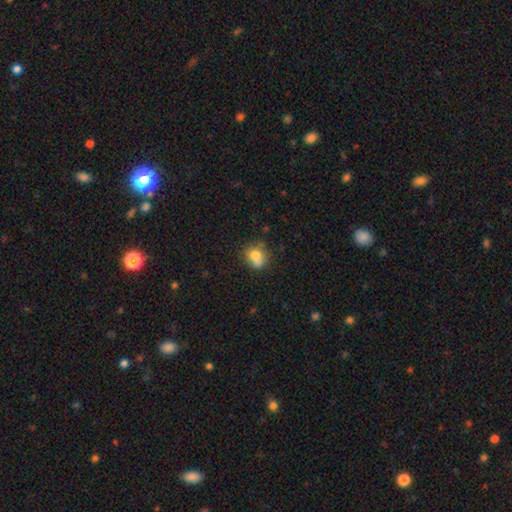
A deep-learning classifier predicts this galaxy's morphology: Smooth or featured?
  - smooth: 74% *
  - featured or disk: 16%
  - star or artifact: 11%
How rounded?
  - round: 69% *
  - in between: 30%
  - cigar-shaped: 1%
Merging?
  - none: 52% *
  - minor disturbance: 22%
  - merger: 20%
  - major disturbance: 7%